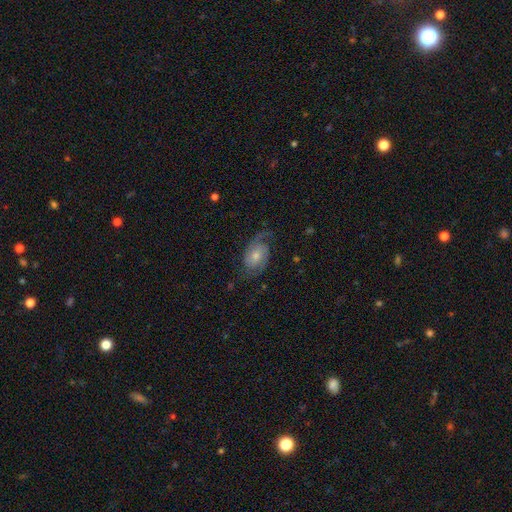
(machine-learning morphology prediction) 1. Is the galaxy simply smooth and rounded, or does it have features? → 80% featured or disk, 12% smooth, 8% star or artifact.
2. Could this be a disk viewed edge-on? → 97% no, 3% yes.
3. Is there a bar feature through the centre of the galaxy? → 68% no, 27% weak, 5% strong.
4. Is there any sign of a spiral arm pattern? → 96% yes, 4% no.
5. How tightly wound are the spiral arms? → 46% medium, 30% tight, 25% loose.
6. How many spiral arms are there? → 86% 2, 6% can't tell, 4% 1, 2% 3, 1% 4, 1% more than 4.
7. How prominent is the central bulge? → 50% moderate, 40% small, 6% large, 3% none, 1% dominant.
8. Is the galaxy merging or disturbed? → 72% none, 17% minor disturbance, 10% major disturbance, 1% merger.